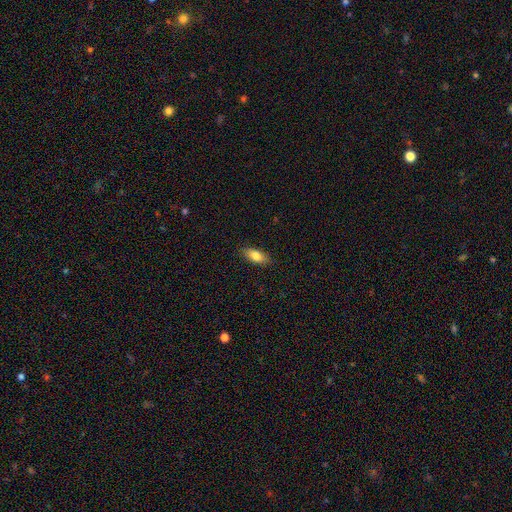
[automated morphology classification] Smooth or featured?
  - smooth: 81% *
  - featured or disk: 12%
  - star or artifact: 7%
How rounded?
  - in between: 80% *
  - cigar-shaped: 17%
  - round: 3%
Merging?
  - none: 87% *
  - minor disturbance: 10%
  - major disturbance: 2%
  - merger: 1%